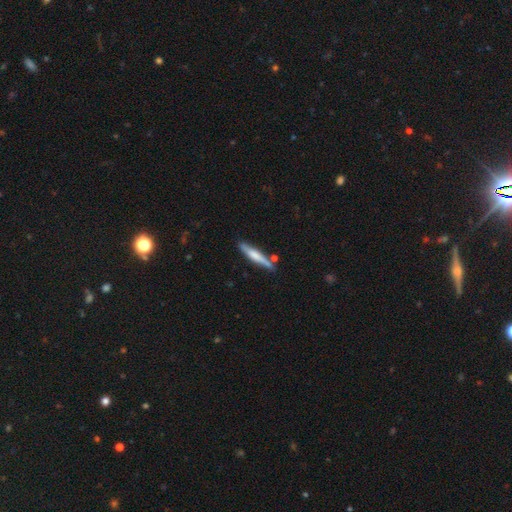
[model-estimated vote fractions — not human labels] The model was most divided on "smooth or featured": smooth: 56%, featured or disk: 39%, star or artifact: 5%. More confident: how rounded — cigar-shaped (91%); merging — none (76%).